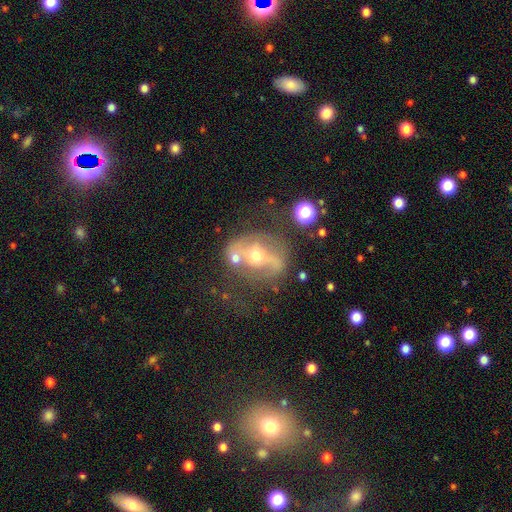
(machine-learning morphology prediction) A featured or disk galaxy (68%) with no bar (40%), spiral arms (55%) and a moderate central bulge (56%).

Vote fractions:
- Smooth or featured? featured or disk: 68% / smooth: 19% / star or artifact: 13%
- Edge-on disk? no: 91% / yes: 9%
- Bar? no: 40% / strong: 31% / weak: 29%
- Spiral arms? yes: 55% / no: 45%
- Bulge size? moderate: 56% / small: 37% / large: 3% / none: 2% / dominant: 1%
- Merging? none: 48% / minor disturbance: 19% / major disturbance: 18% / merger: 15%